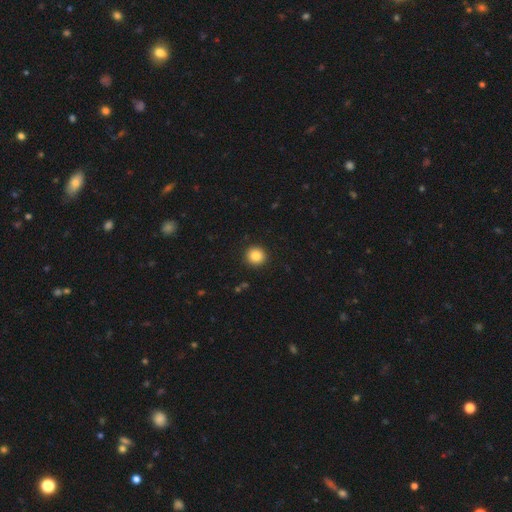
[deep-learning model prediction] This is clearly a smooth galaxy (86%). How rounded: clearly round (94%). Merging: clearly none (92%).